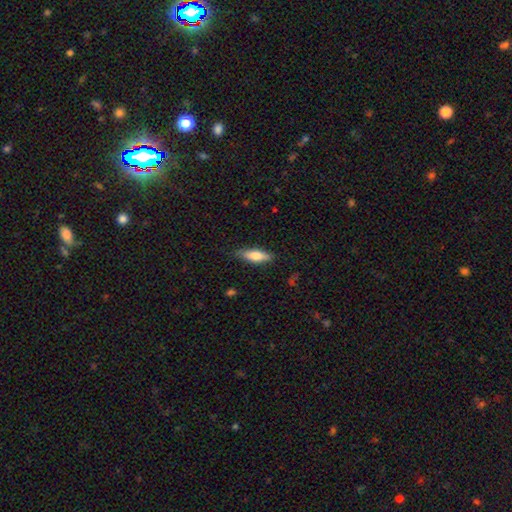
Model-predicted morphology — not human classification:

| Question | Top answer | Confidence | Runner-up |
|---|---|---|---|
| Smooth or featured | smooth | 70% | featured or disk (24%) |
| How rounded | in between | 52% | cigar-shaped (46%) |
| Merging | none | 81% | minor disturbance (15%) |